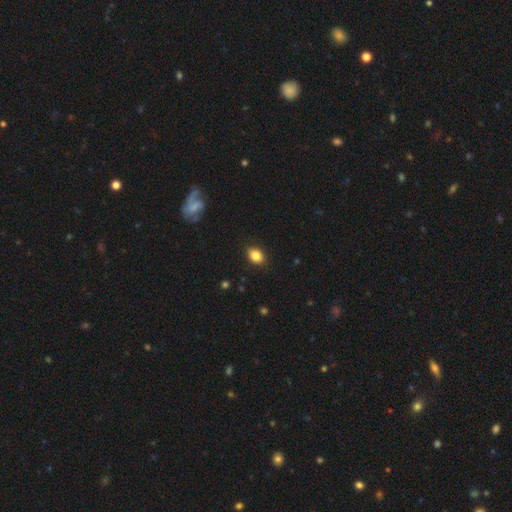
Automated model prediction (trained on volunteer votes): smooth-or-featured: smooth: 85% | star or artifact: 9% | featured or disk: 6%
  how-rounded: in between: 74% | round: 24% | cigar-shaped: 1%
  merging: none: 88% | minor disturbance: 9% | major disturbance: 2% | merger: 1%